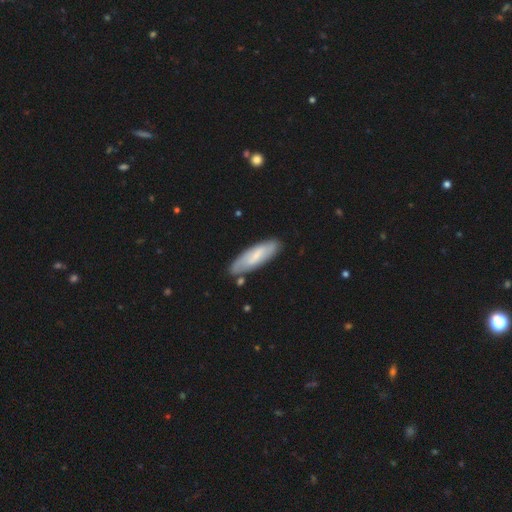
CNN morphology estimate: Smooth or featured: smooth — 59% (featured or disk — 36%)
How rounded: in between — 51% (cigar-shaped — 47%)
Merging: none — 79% (minor disturbance — 15%)